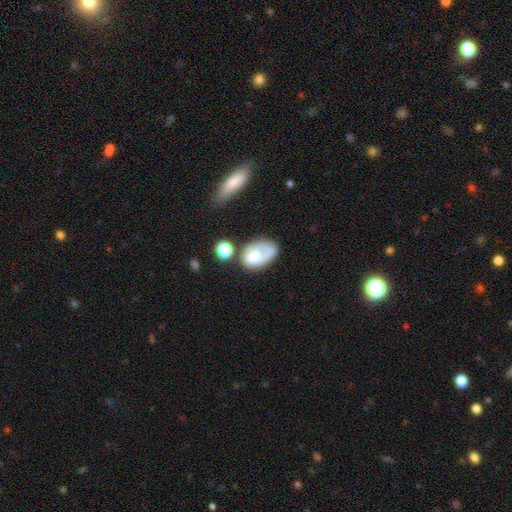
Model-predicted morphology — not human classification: smooth-or-featured: smooth: 58% | featured or disk: 33% | star or artifact: 9%
  how-rounded: in between: 84% | round: 15% | cigar-shaped: 1%
  merging: none: 41% | minor disturbance: 25% | major disturbance: 18% | merger: 16%